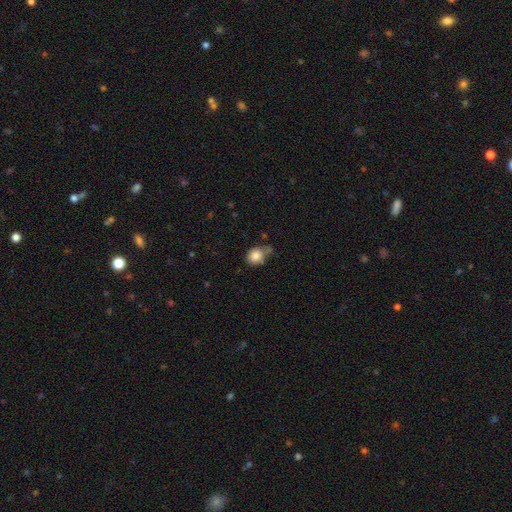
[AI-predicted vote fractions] Smooth or featured: smooth — 83% (star or artifact — 9%)
How rounded: round — 65% (in between — 34%)
Merging: none — 50% (minor disturbance — 31%)